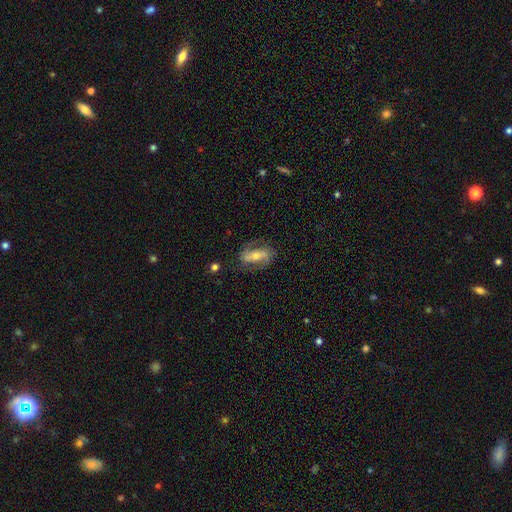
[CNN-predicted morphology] type=featured or disk (74%); edge-on=no (92%); bar=strong (46%); spiral arms=yes (88%); winding=medium (43%); arm count=2 (88%); bulge=moderate (54%); merging=none (77%).